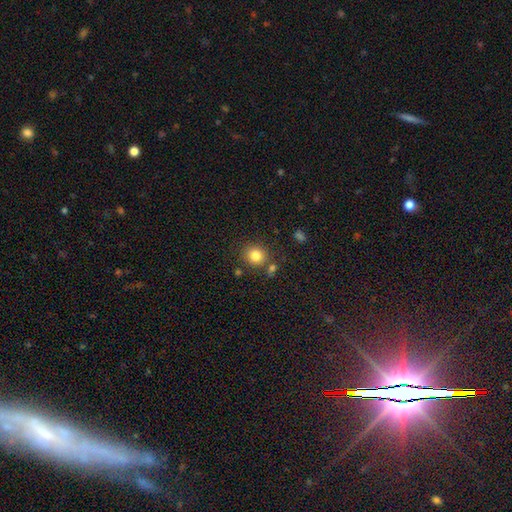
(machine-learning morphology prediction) Q: Smooth or featured?
A: smooth (82%); runner-up: star or artifact (11%)
Q: How rounded?
A: round (85%); runner-up: in between (14%)
Q: Merging?
A: none (79%); runner-up: minor disturbance (9%)